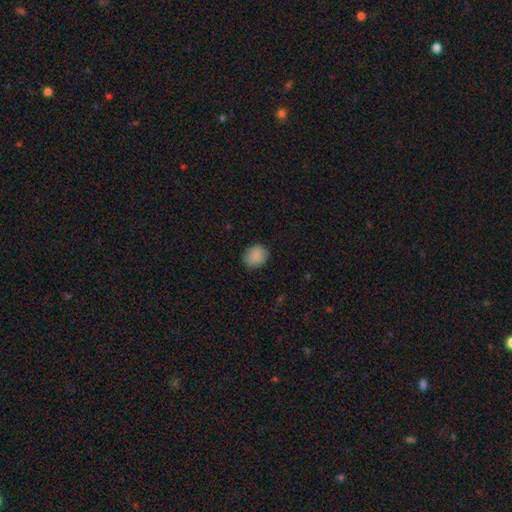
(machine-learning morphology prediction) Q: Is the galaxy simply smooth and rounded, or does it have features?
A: smooth — 88%.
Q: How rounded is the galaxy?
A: round — 61%.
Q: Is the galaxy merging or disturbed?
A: none — 87%.